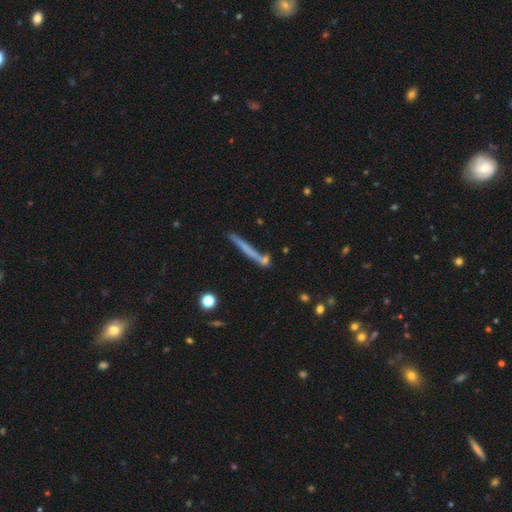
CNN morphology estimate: Q: Smooth or featured?
A: smooth (48%); runner-up: featured or disk (44%)
Q: Merging?
A: none (69%); runner-up: minor disturbance (14%)